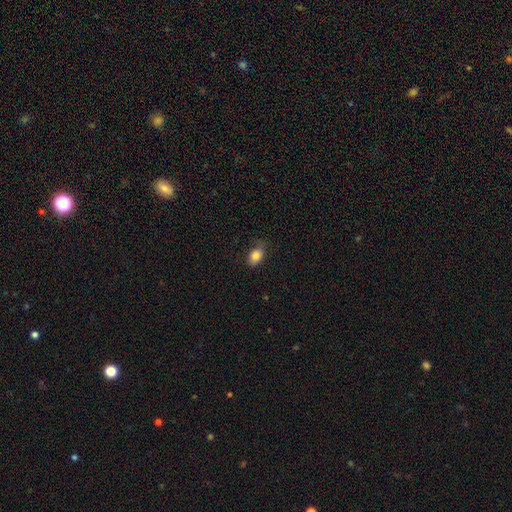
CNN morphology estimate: Smooth or featured?
  - smooth: 83% *
  - star or artifact: 9%
  - featured or disk: 8%
How rounded?
  - in between: 85% *
  - round: 13%
  - cigar-shaped: 2%
Merging?
  - none: 72% *
  - minor disturbance: 22%
  - major disturbance: 5%
  - merger: 1%